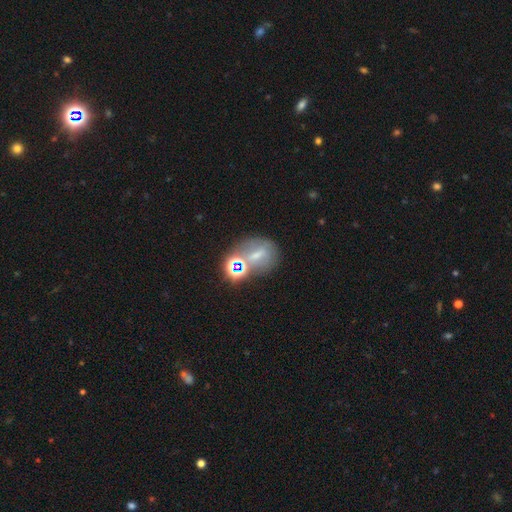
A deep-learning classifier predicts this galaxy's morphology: Smooth or featured? smooth (38%)
Merging? none (54%)